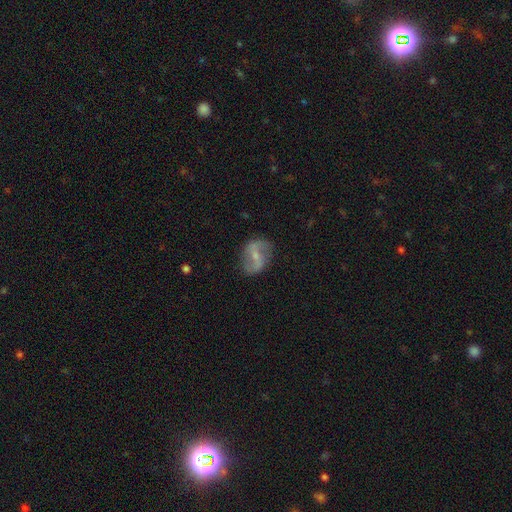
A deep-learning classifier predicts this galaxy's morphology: This appears to be a featured or disk galaxy (74%) with a weak bar (43%), 2 (89%) loose (58%) spiral arms (87%) and a small central bulge (56%). Merging: none (78%).